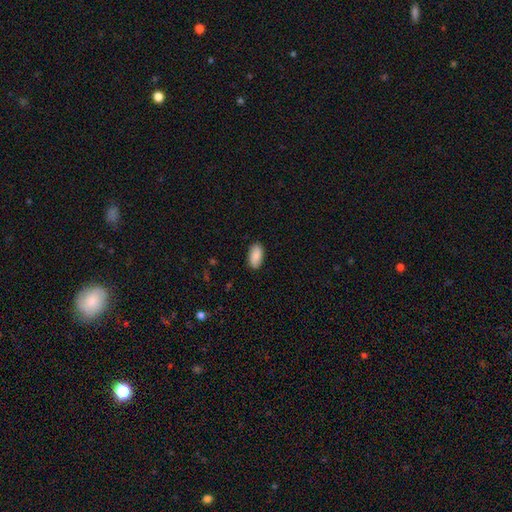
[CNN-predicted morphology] The model was most divided on "merging": none: 88%, minor disturbance: 9%, major disturbance: 2%, merger: 1%. More confident: how rounded — in between (94%); smooth or featured — smooth (89%).